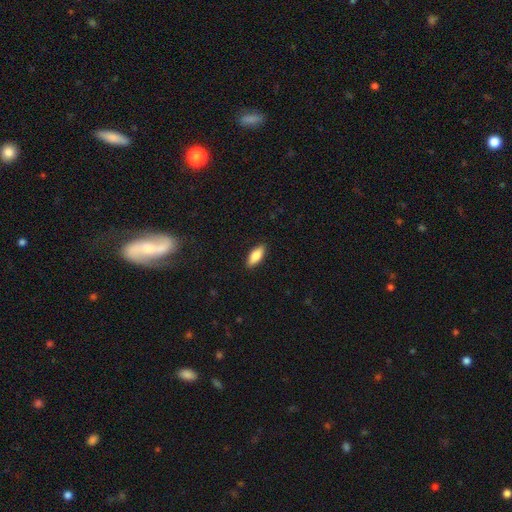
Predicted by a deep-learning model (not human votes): Smooth or featured: smooth — 81% (featured or disk — 13%)
How rounded: in between — 78% (cigar-shaped — 20%)
Merging: none — 89% (minor disturbance — 8%)